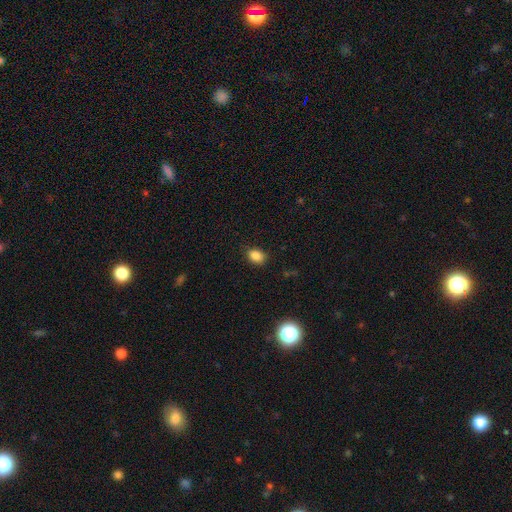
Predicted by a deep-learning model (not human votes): Morphology: type=smooth (85%); roundness=in between (70%); merging=none (84%).